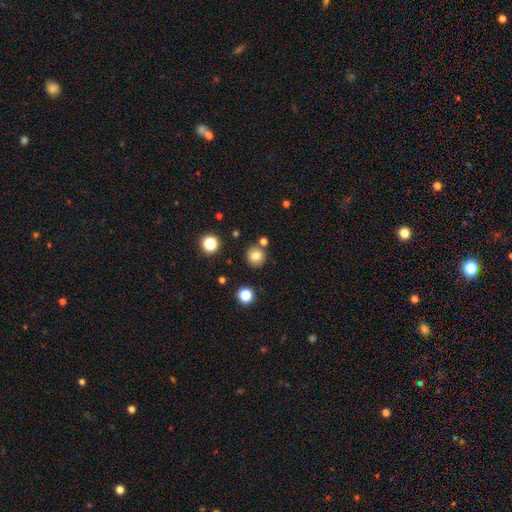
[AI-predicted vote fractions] smooth 79%, star or artifact 13%, featured or disk 8%. Down the decision tree: how rounded — round (92%); merging — none (83%).